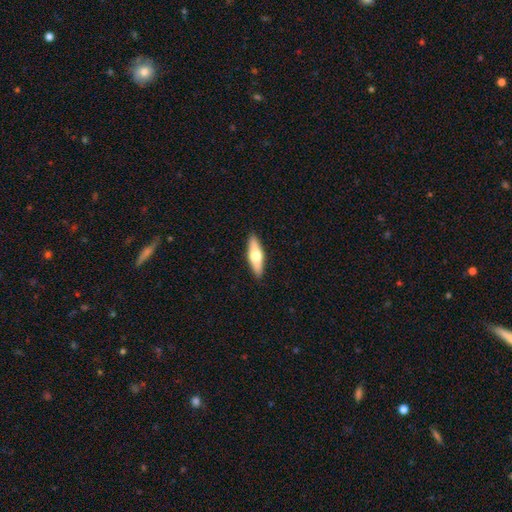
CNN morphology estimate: type=smooth (48%); merging=none (91%).